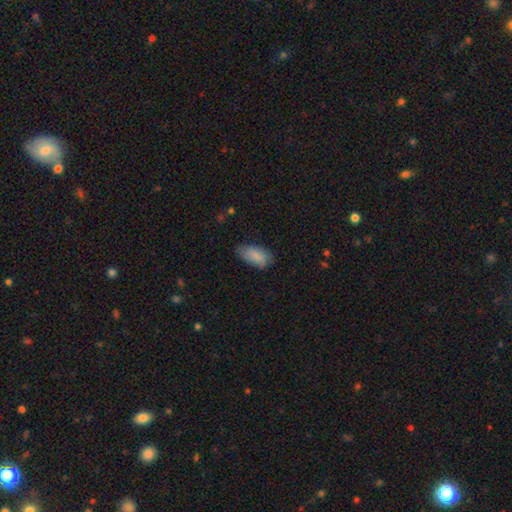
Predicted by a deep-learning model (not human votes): Smooth or featured?
  - smooth: 85% *
  - featured or disk: 8%
  - star or artifact: 6%
How rounded?
  - in between: 91% *
  - cigar-shaped: 6%
  - round: 3%
Merging?
  - none: 69% *
  - minor disturbance: 25%
  - major disturbance: 5%
  - merger: 1%